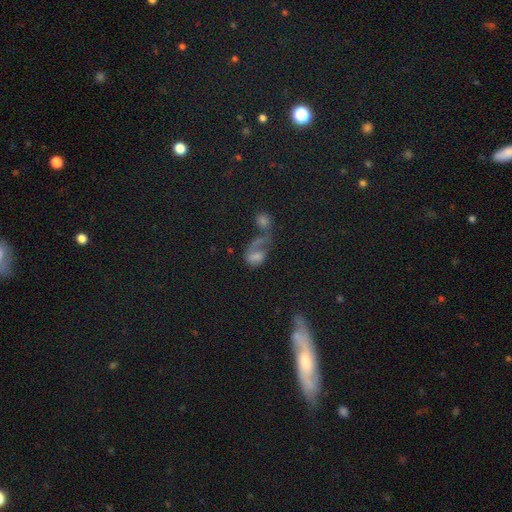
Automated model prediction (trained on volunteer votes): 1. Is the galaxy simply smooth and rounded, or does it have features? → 51% smooth, 27% featured or disk, 22% star or artifact.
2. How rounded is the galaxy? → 75% in between, 22% round, 3% cigar-shaped.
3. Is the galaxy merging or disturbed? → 41% merger, 25% major disturbance, 21% none, 13% minor disturbance.